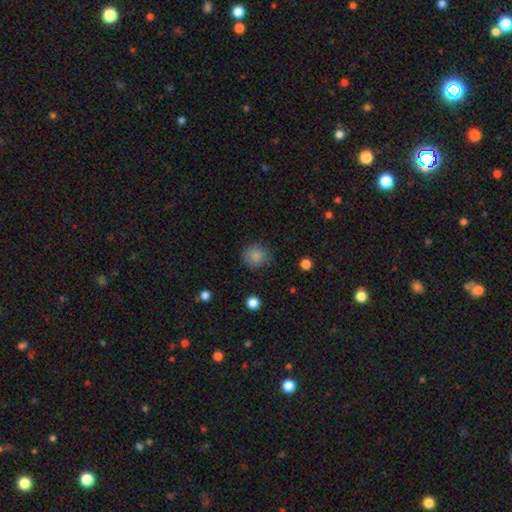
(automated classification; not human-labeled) Smooth or featured: smooth — 84% (star or artifact — 10%)
How rounded: round — 87% (in between — 12%)
Merging: none — 78% (minor disturbance — 16%)